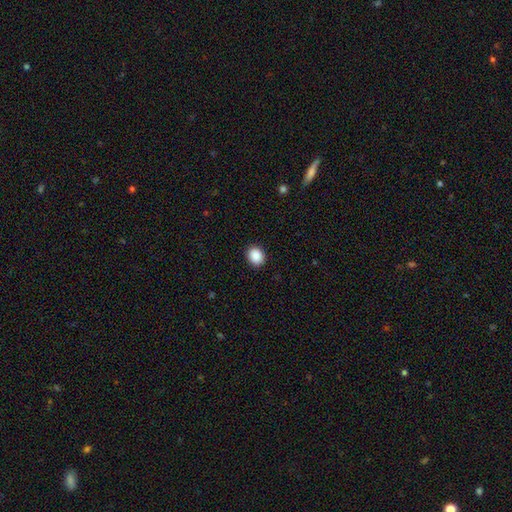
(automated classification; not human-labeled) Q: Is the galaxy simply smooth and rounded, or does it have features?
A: smooth — 89%.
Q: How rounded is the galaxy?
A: round — 52%.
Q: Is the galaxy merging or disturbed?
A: none — 90%.